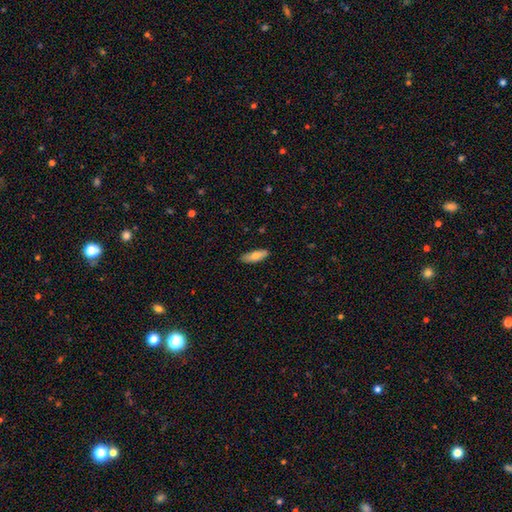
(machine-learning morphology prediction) This is likely a smooth galaxy (75%). How rounded: possibly in between (60%). Merging: clearly none (86%).